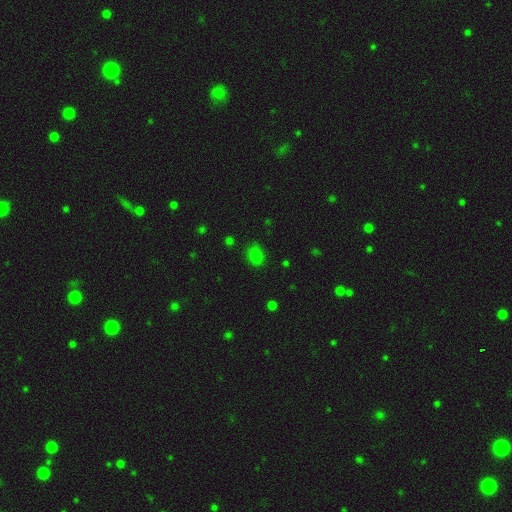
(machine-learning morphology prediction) The model was most divided on "how rounded": in between: 66%, round: 33%, cigar-shaped: 1%. More confident: smooth or featured — smooth (77%); merging — none (77%).